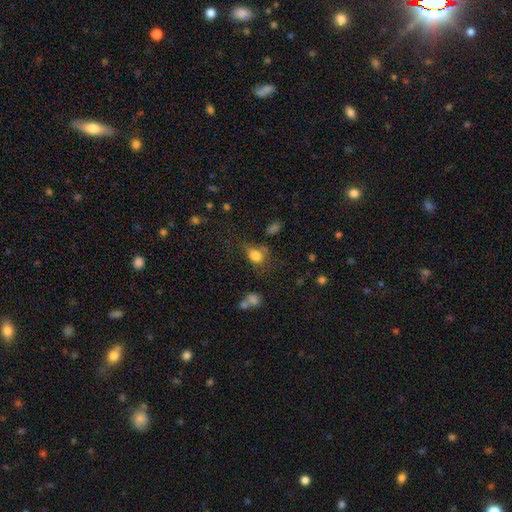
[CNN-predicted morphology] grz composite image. It shows a smooth galaxy with no disk features (78%) that is in between round and cigar-shaped (61%). Merging: none (47%).